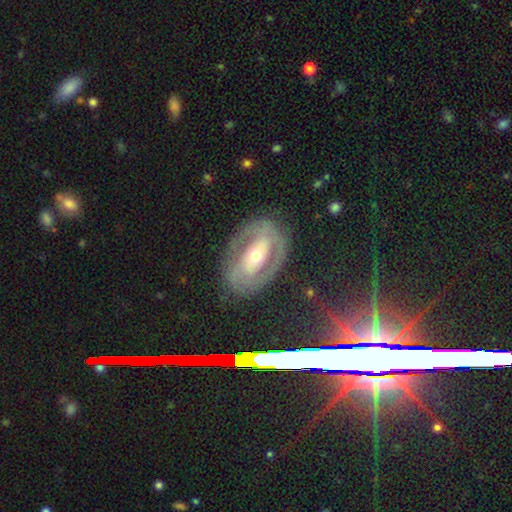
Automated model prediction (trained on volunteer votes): Smooth or featured?
  - featured or disk: 74% *
  - smooth: 20%
  - star or artifact: 7%
Edge-on disk?
  - no: 93% *
  - yes: 7%
Bar?
  - strong: 37% *
  - no: 36%
  - weak: 28%
Spiral arms?
  - yes: 54% *
  - no: 46%
Bulge size?
  - moderate: 54% *
  - small: 39%
  - large: 5%
  - dominant: 1%
  - none: 1%
Merging?
  - none: 76% *
  - minor disturbance: 14%
  - major disturbance: 8%
  - merger: 2%